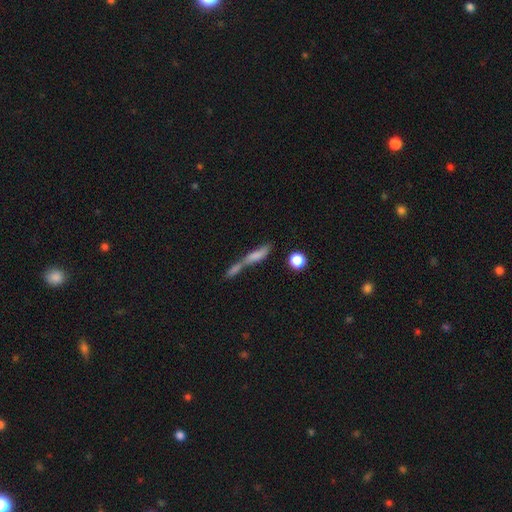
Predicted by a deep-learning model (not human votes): Q: Smooth or featured?
A: smooth (64%); runner-up: featured or disk (25%)
Q: How rounded?
A: cigar-shaped (61%); runner-up: in between (34%)
Q: Merging?
A: merger (68%); runner-up: none (18%)